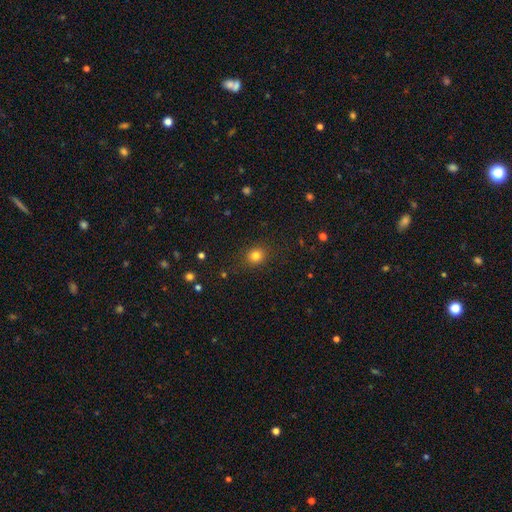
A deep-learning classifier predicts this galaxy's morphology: A smooth galaxy with no disk features (81%) that is round (76%). Merging: none (87%).